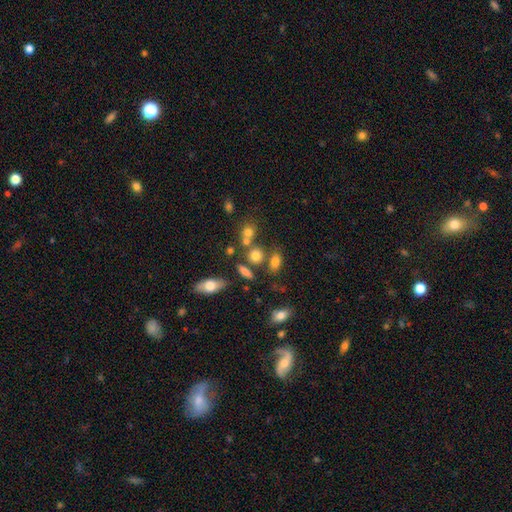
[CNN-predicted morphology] type=smooth (73%); roundness=round (53%); merging=none (58%).